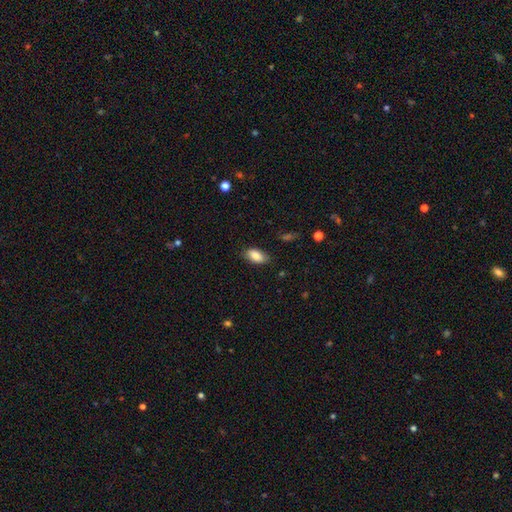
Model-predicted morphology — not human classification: smooth_or_featured: smooth (p=0.86) [alt: featured or disk p=0.07]
how_rounded: in between (p=0.92) [alt: cigar-shaped p=0.04]
merging: none (p=0.84) [alt: minor disturbance p=0.12]